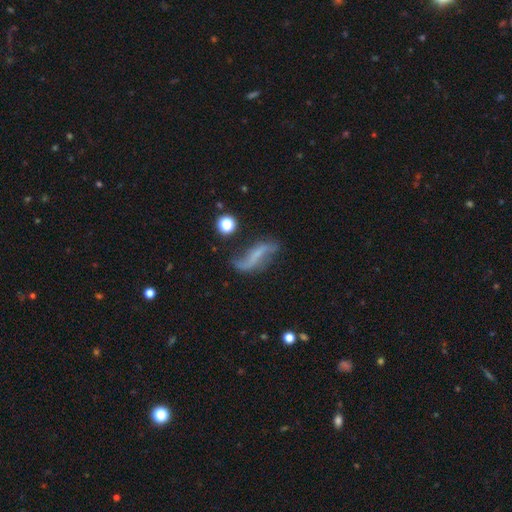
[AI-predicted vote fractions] Smooth or featured: featured or disk — 73% (smooth — 18%)
Edge-on disk: no — 87% (yes — 13%)
Bar: no — 36% (strong — 33%)
Spiral arms: yes — 86% (no — 14%)
Spiral winding: loose — 90% (medium — 7%)
Spiral arm count: 2 — 87% (1 — 6%)
Bulge size: none — 51% (small — 37%)
Merging: none — 60% (minor disturbance — 22%)